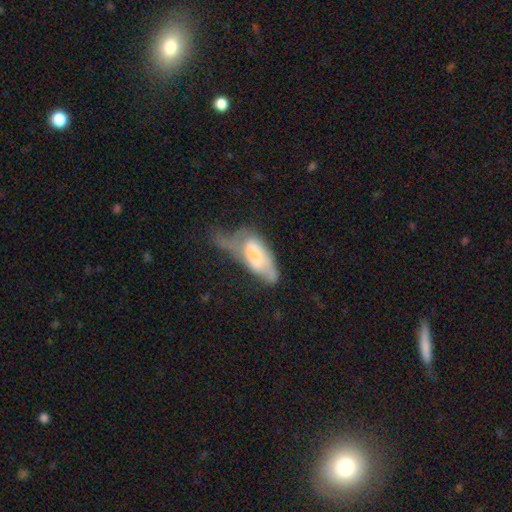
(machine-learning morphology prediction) Smooth or featured? smooth (57%)
How rounded? in between (83%)
Merging? major disturbance (46%)